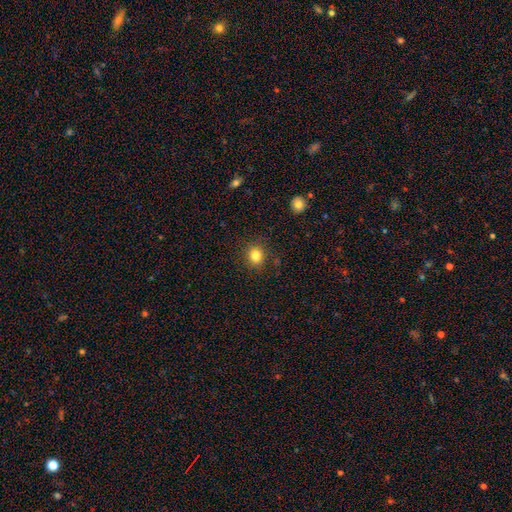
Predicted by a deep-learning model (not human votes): smooth_or_featured: smooth (p=0.83) [alt: star or artifact p=0.11]
how_rounded: round (p=0.70) [alt: in between p=0.29]
merging: none (p=0.87) [alt: minor disturbance p=0.09]